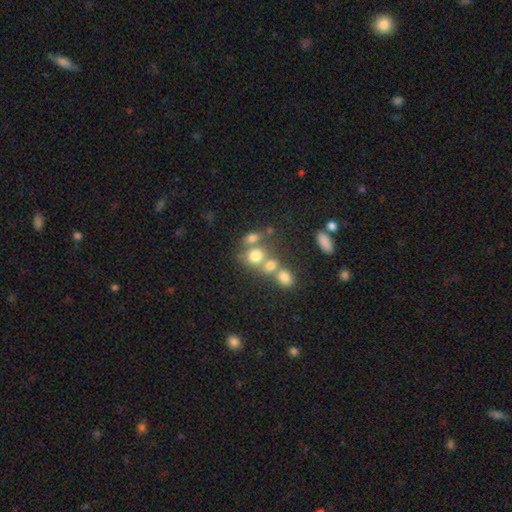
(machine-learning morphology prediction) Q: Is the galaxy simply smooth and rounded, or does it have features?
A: smooth — 71%.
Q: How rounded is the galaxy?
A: round — 68%.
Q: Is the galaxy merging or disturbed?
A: merger — 45%.